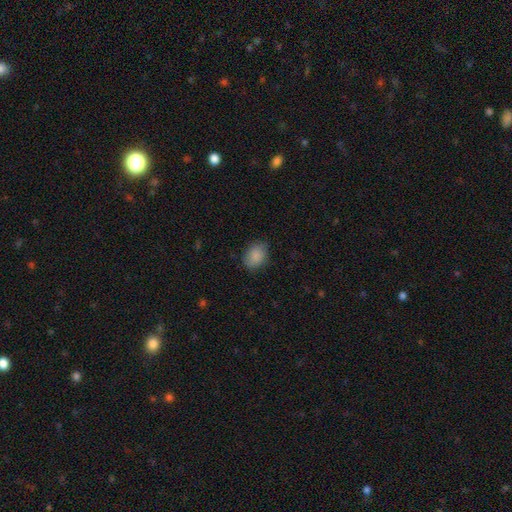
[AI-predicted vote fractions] A smooth galaxy with no disk features (87%) that is in between round and cigar-shaped (67%).

Vote fractions:
- Smooth or featured? smooth: 87% / star or artifact: 8% / featured or disk: 5%
- How rounded? in between: 67% / round: 32% / cigar-shaped: 1%
- Merging? none: 80% / minor disturbance: 16% / major disturbance: 4% / merger: 1%